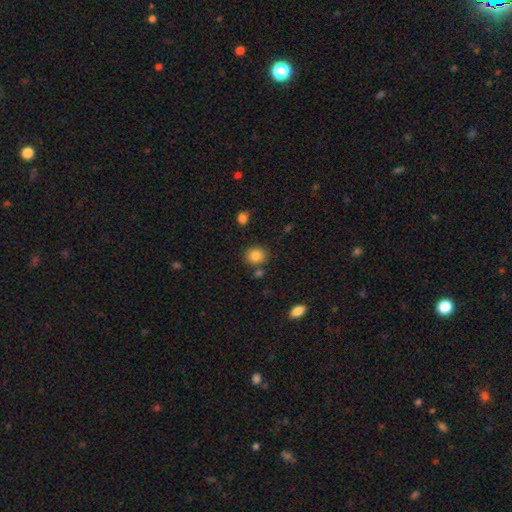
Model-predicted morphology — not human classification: smooth 85%, star or artifact 9%, featured or disk 6%. Down the decision tree: how rounded — round (69%); merging — none (80%).